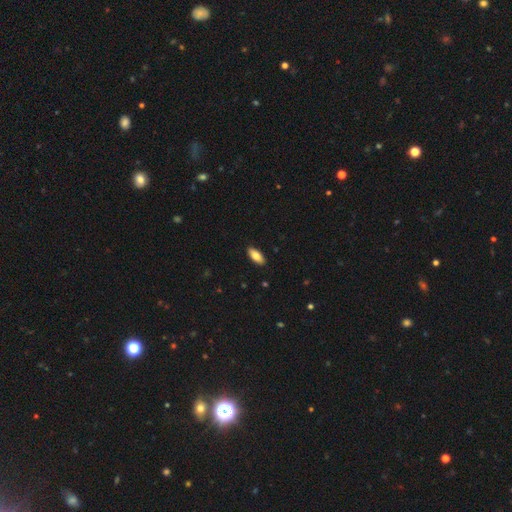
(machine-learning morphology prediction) The model was most divided on "smooth or featured": smooth: 82%, featured or disk: 12%, star or artifact: 6%. More confident: merging — none (89%); how rounded — in between (86%).